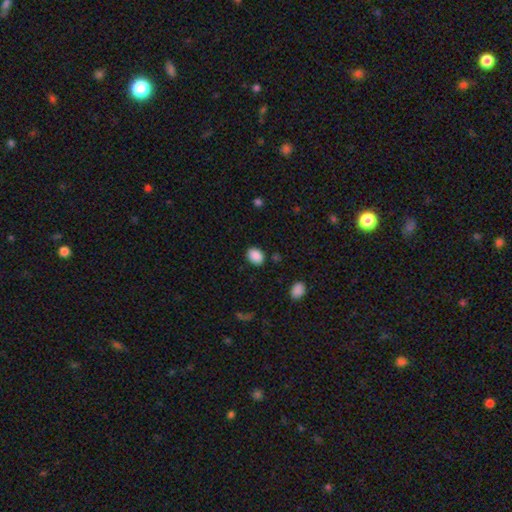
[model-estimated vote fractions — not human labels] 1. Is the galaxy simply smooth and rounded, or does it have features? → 88% smooth, 9% star or artifact, 3% featured or disk.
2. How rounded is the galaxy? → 64% in between, 35% round, 1% cigar-shaped.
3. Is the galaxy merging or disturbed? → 85% none, 10% minor disturbance, 3% major disturbance, 2% merger.